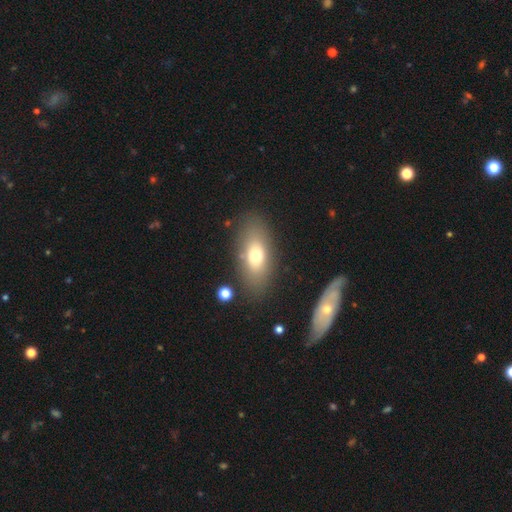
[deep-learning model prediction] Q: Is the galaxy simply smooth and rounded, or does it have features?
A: smooth — 69%.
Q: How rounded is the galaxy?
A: in between — 85%.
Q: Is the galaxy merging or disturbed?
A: none — 80%.